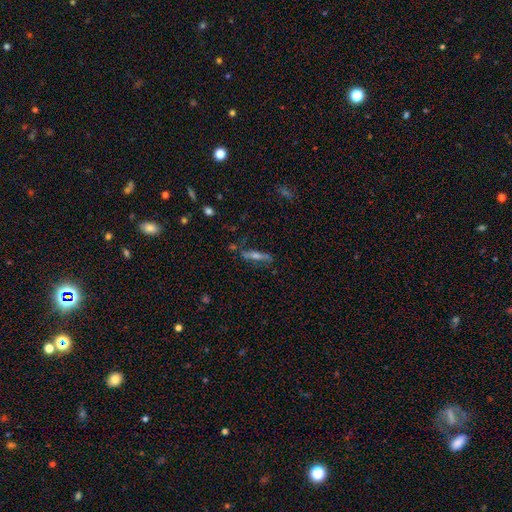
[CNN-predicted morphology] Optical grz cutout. It shows a featured or disk galaxy (56%) viewed edge-on (77%). Merging: none (69%).